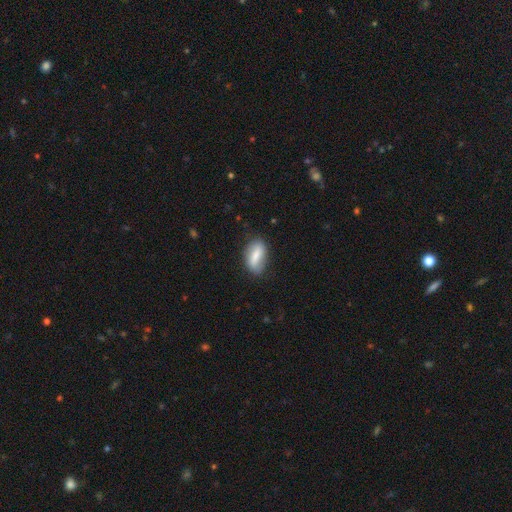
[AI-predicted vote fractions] Smooth or featured: smooth — 65% (featured or disk — 28%)
How rounded: in between — 84% (cigar-shaped — 11%)
Merging: none — 73% (minor disturbance — 20%)